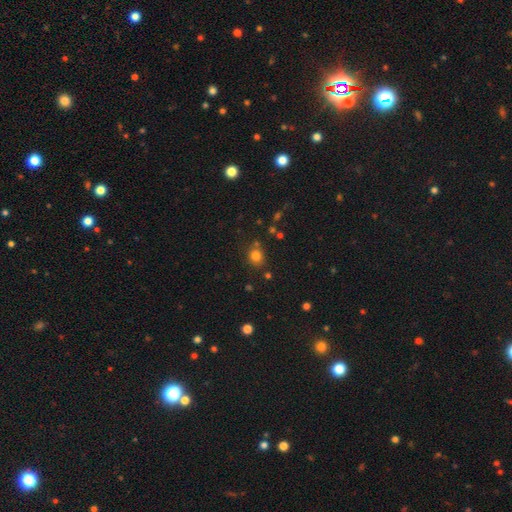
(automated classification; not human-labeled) This is likely a smooth galaxy (78%). How rounded: likely round (76%). Merging: likely none (77%).